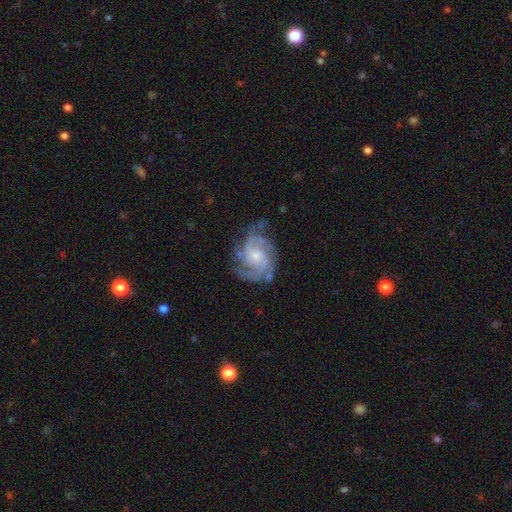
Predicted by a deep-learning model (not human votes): Smooth or featured? featured or disk (89%)
Edge-on disk? no (98%)
Bar? no (61%)
Spiral arms? yes (97%)
Spiral winding? medium (46%)
Spiral arm count? 2 (51%)
Bulge size? small (52%)
Merging? none (69%)